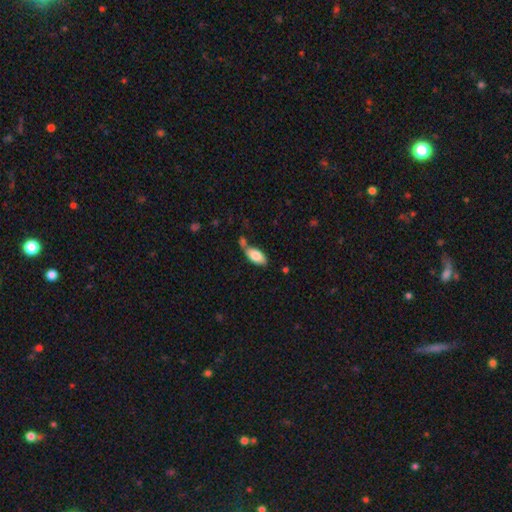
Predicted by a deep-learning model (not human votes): Overall: smooth (82%). How rounded: in between (91%). Merging: none (55%; merger 20%).